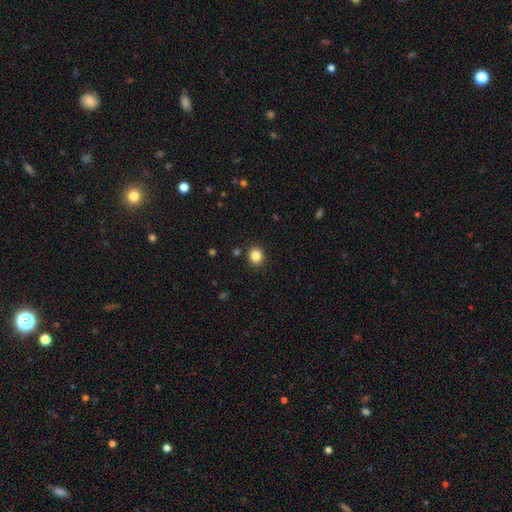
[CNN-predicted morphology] A smooth galaxy with no disk features (84%) that is round (77%).

Vote fractions:
- Smooth or featured? smooth: 84% / star or artifact: 11% / featured or disk: 5%
- How rounded? round: 77% / in between: 22% / cigar-shaped: 1%
- Merging? none: 89% / minor disturbance: 7% / major disturbance: 2% / merger: 2%